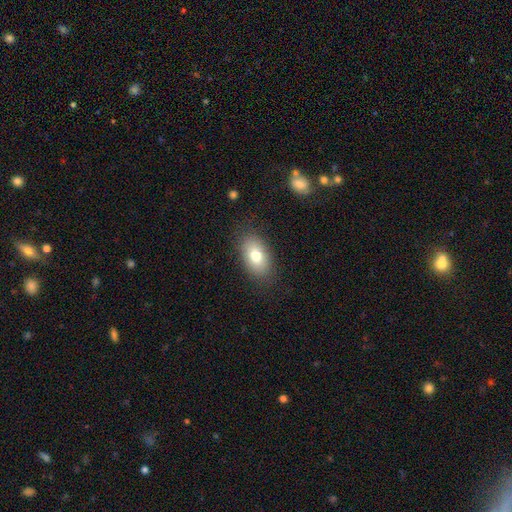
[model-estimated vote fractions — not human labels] Smooth or featured? Predicted: smooth (p=0.77). How rounded? Predicted: in between (p=0.90). Merging? Predicted: none (p=0.84).